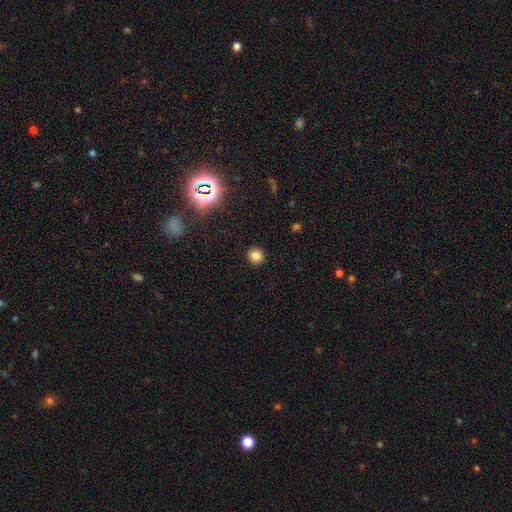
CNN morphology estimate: Smooth or featured?
  - smooth: 81% *
  - star or artifact: 14%
  - featured or disk: 5%
How rounded?
  - round: 90% *
  - in between: 9%
  - cigar-shaped: 1%
Merging?
  - none: 91% *
  - minor disturbance: 6%
  - major disturbance: 2%
  - merger: 1%